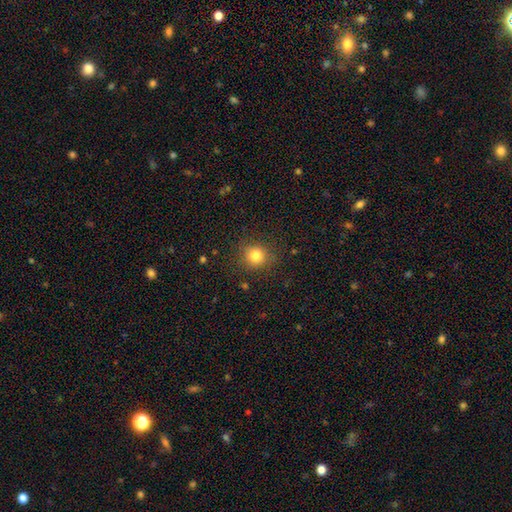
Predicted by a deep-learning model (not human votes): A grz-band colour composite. It shows a smooth galaxy with no disk features (81%) that is round (87%). Merging: none (86%).